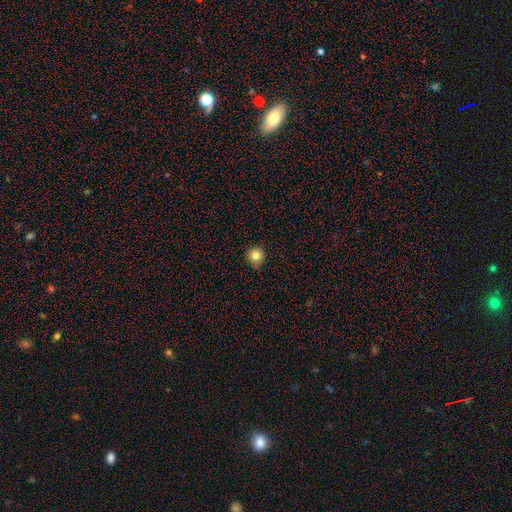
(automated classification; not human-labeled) The model was most divided on "merging": none: 83%, minor disturbance: 14%, major disturbance: 2%, merger: 1%. More confident: how rounded — round (94%); smooth or featured — smooth (82%).